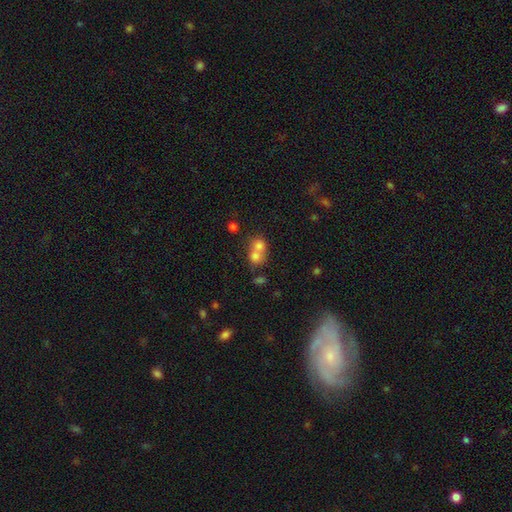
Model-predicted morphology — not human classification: This is likely a smooth galaxy (71%). How rounded: likely round (73%). Merging: likely merger (67%).